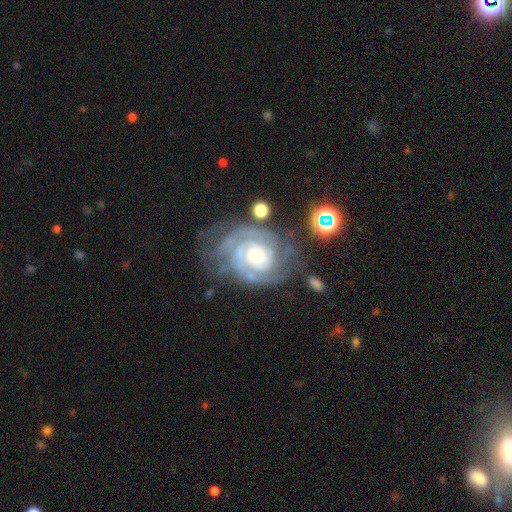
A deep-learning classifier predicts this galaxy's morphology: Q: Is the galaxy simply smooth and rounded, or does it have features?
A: featured or disk — 90%.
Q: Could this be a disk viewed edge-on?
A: no — 98%.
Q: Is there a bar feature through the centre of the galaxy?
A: no — 71%.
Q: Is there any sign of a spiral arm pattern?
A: yes — 97%.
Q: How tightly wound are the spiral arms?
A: tight — 76%.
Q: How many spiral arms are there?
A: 2 — 37%.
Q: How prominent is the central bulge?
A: moderate — 51%.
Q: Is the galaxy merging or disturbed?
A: none — 62%.